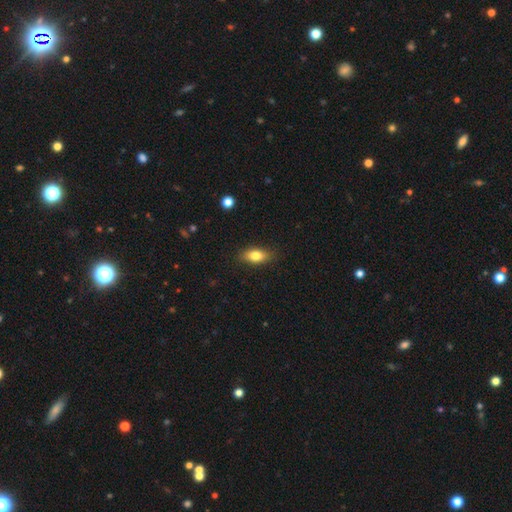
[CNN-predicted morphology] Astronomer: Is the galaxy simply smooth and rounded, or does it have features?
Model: smooth — 80%.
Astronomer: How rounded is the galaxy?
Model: in between — 83%.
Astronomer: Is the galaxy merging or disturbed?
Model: none — 86%.